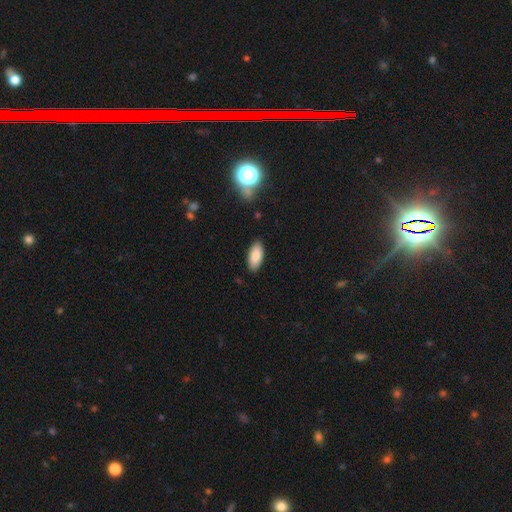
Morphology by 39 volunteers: smooth 92%, star or artifact 5%, featured or disk 3%. Down the decision tree: how rounded — in between (89%); merging — none (92%).